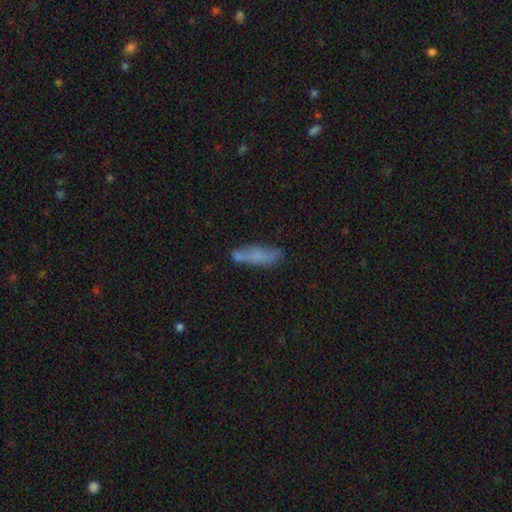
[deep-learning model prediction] Morphology: type=smooth (66%); roundness=cigar-shaped (72%); merging=none (62%).